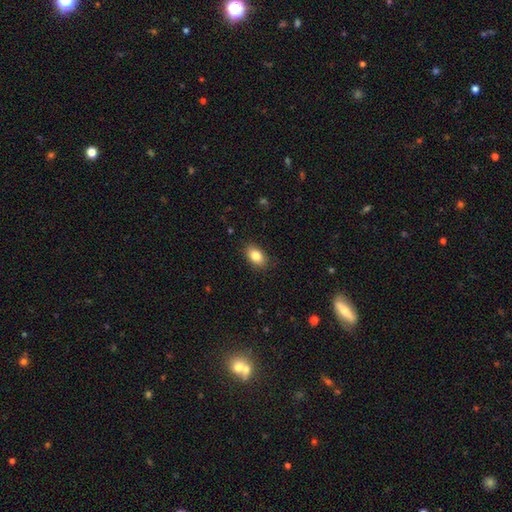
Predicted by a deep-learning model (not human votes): Q: Smooth or featured?
A: smooth (84%); runner-up: star or artifact (8%)
Q: How rounded?
A: in between (88%); runner-up: round (11%)
Q: Merging?
A: none (86%); runner-up: minor disturbance (10%)